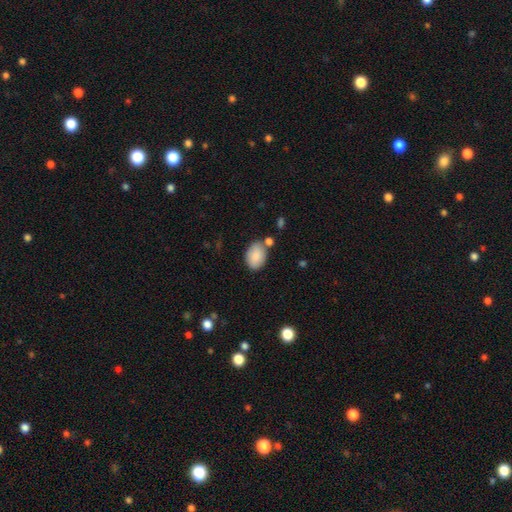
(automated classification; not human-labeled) Smooth or featured: smooth — 86% (featured or disk — 7%)
How rounded: in between — 85% (round — 14%)
Merging: none — 67% (minor disturbance — 17%)